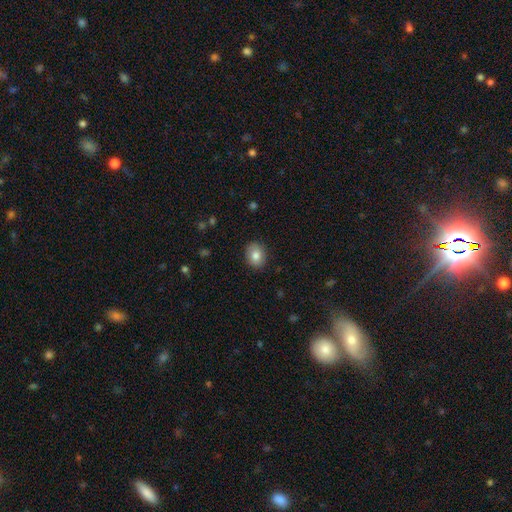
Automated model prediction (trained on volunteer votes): Smooth or featured: smooth — 82% (featured or disk — 10%)
How rounded: in between — 50% (round — 49%)
Merging: none — 87% (minor disturbance — 10%)